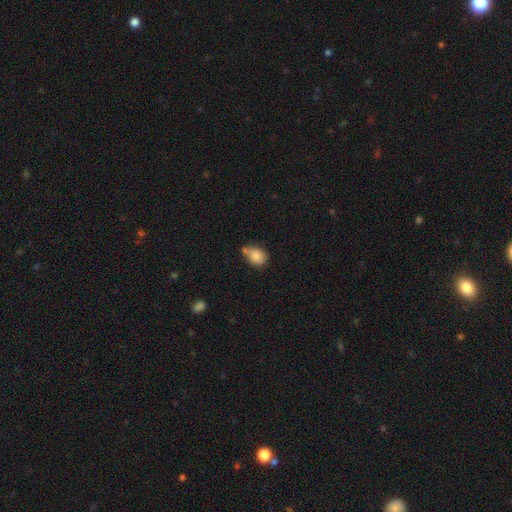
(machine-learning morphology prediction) A smooth galaxy with no disk features (82%) that is in between round and cigar-shaped (59%).

Vote fractions:
- Smooth or featured? smooth: 82% / star or artifact: 9% / featured or disk: 9%
- How rounded? in between: 59% / round: 40% / cigar-shaped: 1%
- Merging? none: 54% / minor disturbance: 22% / merger: 19% / major disturbance: 5%